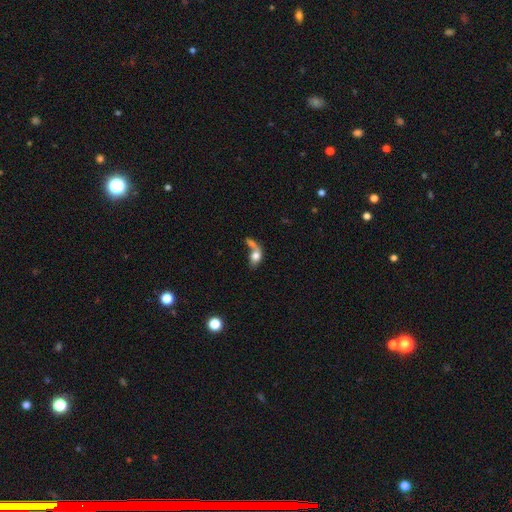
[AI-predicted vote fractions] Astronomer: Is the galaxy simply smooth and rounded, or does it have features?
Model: smooth — 66%.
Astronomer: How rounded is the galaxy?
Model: in between — 70%.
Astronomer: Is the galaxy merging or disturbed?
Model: merger — 53%.